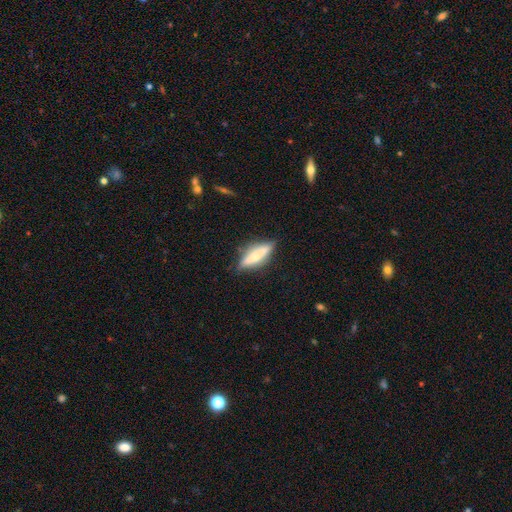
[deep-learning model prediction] Smooth or featured? featured or disk (49%)
Merging? none (72%)